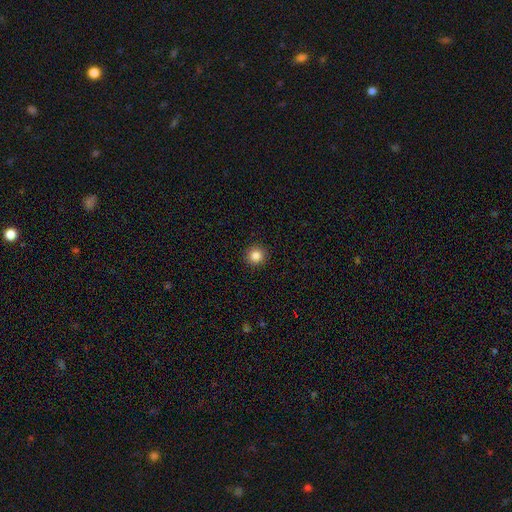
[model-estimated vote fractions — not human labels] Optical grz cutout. It shows a smooth galaxy with no disk features (85%) that is round (94%). Merging: none (93%).